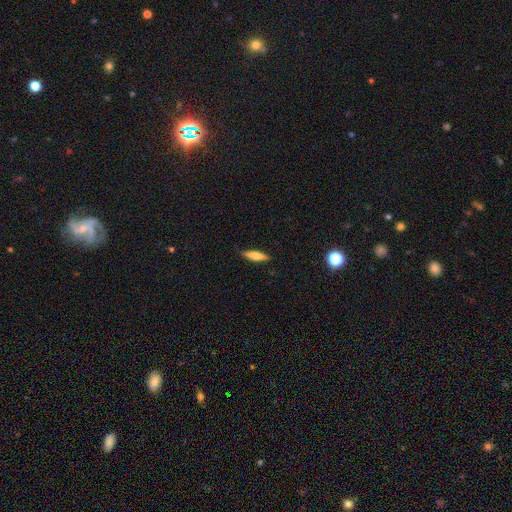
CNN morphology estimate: smooth_or_featured: smooth (p=0.60) [alt: featured or disk p=0.33]
how_rounded: cigar-shaped (p=0.69) [alt: in between p=0.29]
merging: none (p=0.89) [alt: minor disturbance p=0.08]